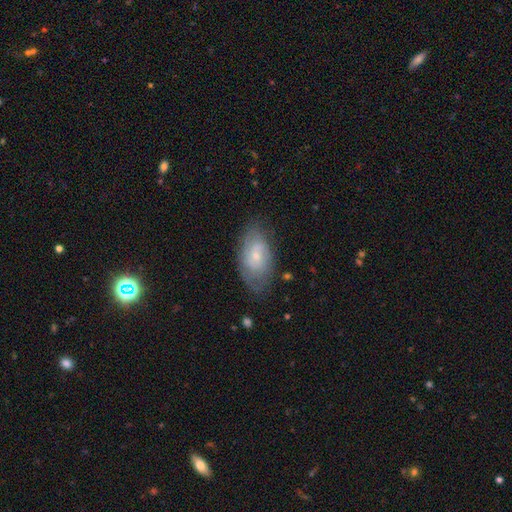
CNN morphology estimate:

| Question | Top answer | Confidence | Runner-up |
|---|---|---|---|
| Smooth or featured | featured or disk | 58% | smooth (35%) |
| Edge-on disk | no | 94% | yes (6%) |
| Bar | no | 64% | weak (32%) |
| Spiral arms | yes | 77% | no (23%) |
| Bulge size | small | 67% | moderate (28%) |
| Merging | none | 68% | minor disturbance (23%) |